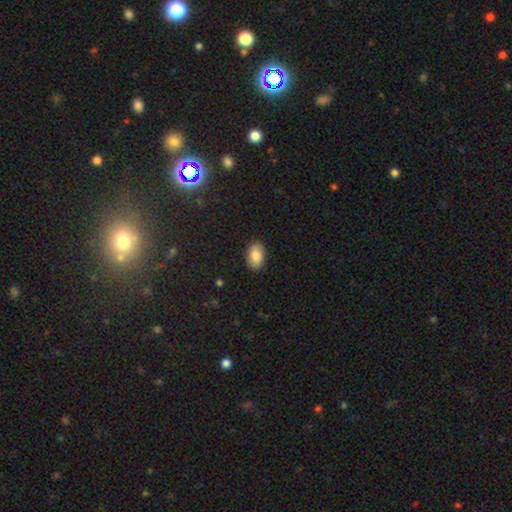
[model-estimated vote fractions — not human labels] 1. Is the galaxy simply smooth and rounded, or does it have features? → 84% smooth, 9% featured or disk, 7% star or artifact.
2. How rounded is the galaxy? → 89% in between, 10% round, 1% cigar-shaped.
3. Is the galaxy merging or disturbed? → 88% none, 9% minor disturbance, 2% major disturbance, 1% merger.